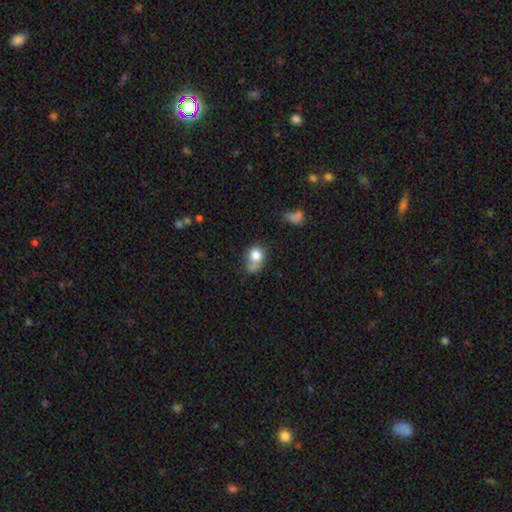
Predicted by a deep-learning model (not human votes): smooth 78%, featured or disk 12%, star or artifact 10%. Down the decision tree: how rounded — round (60%); merging — none (35%).